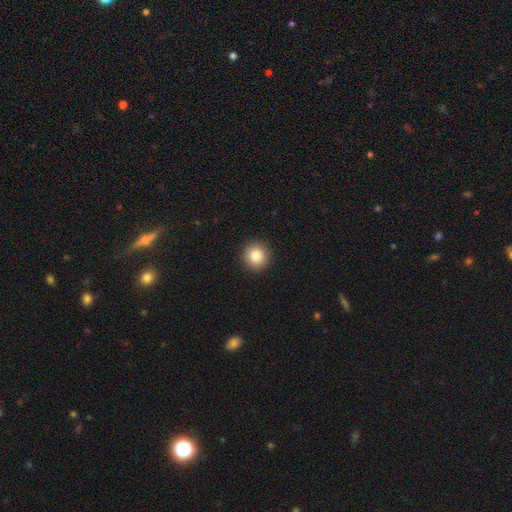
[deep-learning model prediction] Overall: smooth (85%). How rounded: round (95%). Merging: none (93%).